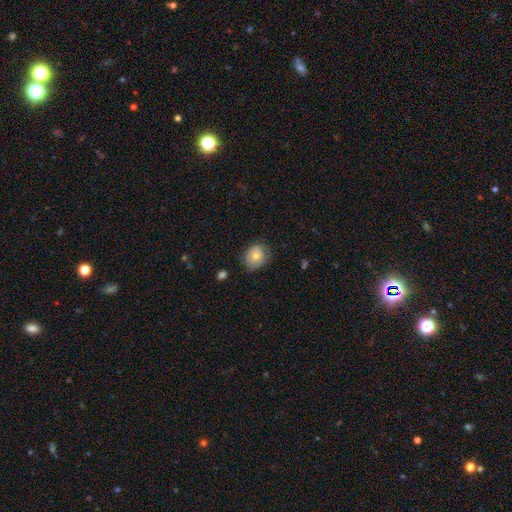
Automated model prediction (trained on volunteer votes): This is likely a smooth galaxy (70%). How rounded: possibly round (59%). Merging: likely none (66%).